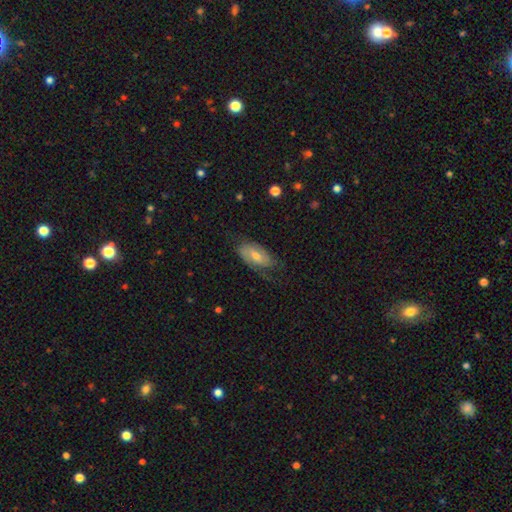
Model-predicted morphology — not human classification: Overall: featured or disk (61%; smooth 31%). Edge-on disk: no (93%). Bar: weak (43%, tied with no). Spiral arms: yes (86%). Bulge size: moderate (55%; small 36%). Merging: none (62%; minor disturbance 24%).